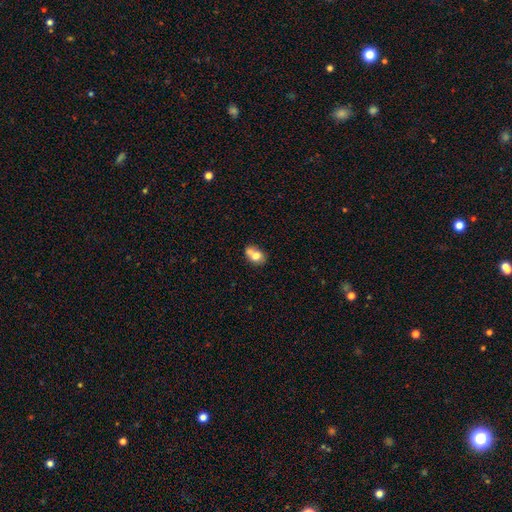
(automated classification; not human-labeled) Smooth or featured: smooth — 71% (featured or disk — 19%)
How rounded: in between — 57% (round — 42%)
Merging: merger — 47% (none — 33%)